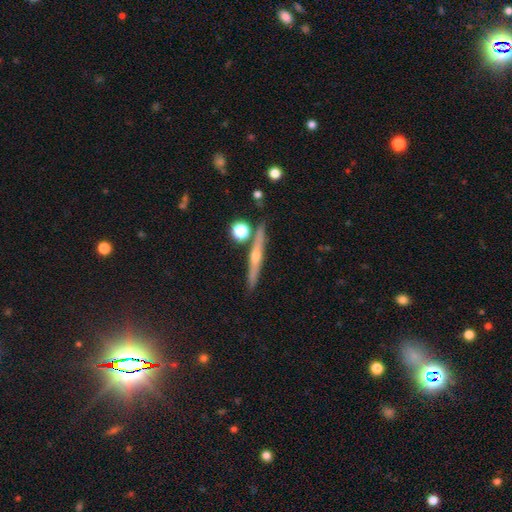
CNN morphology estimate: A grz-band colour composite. It shows a featured or disk galaxy (73%) viewed edge-on (97%) with a rounded central bulge (85%). Merging: none (86%).